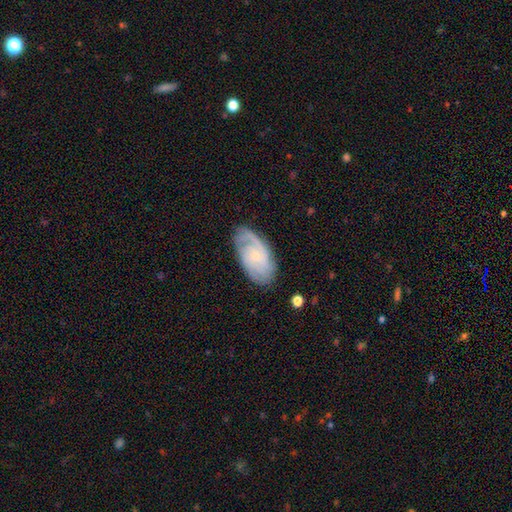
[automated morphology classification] Smooth or featured? featured or disk (74%)
Edge-on disk? no (95%)
Bar? no (70%)
Spiral arms? yes (94%)
Spiral winding? tight (55%)
Spiral arm count? 2 (36%)
Bulge size? small (76%)
Merging? none (76%)